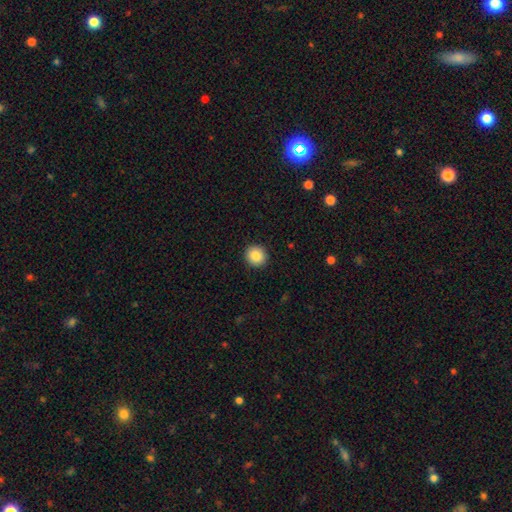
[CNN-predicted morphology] type=smooth (87%); roundness=round (91%); merging=none (92%).